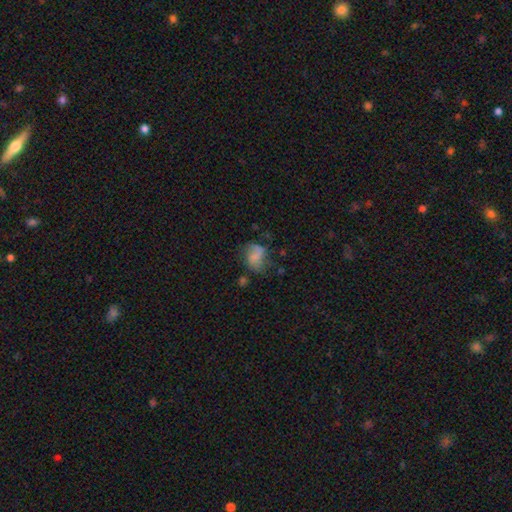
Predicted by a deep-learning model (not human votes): A smooth galaxy with no disk features (58%) that is in between round and cigar-shaped (64%). Merging: none (41%).